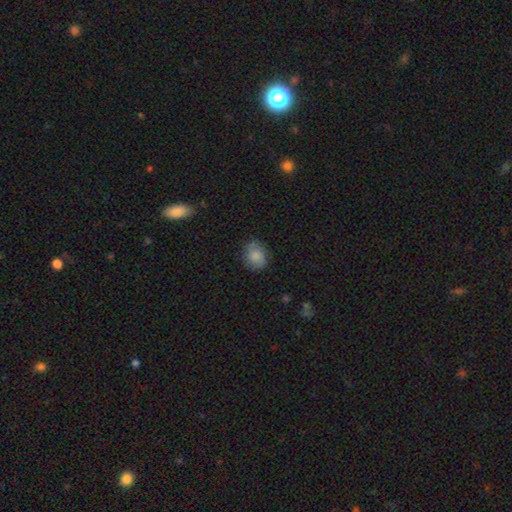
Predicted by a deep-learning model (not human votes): Smooth or featured? Predicted: smooth (p=0.81). How rounded? Predicted: round (p=0.57). Merging? Predicted: none (p=0.77).